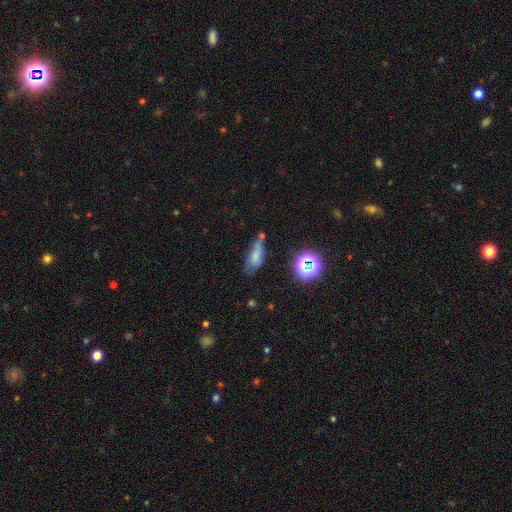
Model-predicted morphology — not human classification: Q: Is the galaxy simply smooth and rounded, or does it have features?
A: smooth — 61%.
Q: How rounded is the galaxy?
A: in between — 73%.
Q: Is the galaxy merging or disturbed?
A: none — 41%.